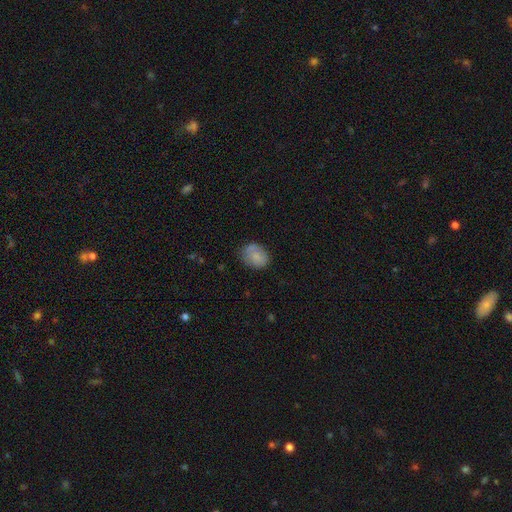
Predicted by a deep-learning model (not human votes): Smooth or featured?
  - smooth: 79% *
  - featured or disk: 13%
  - star or artifact: 8%
How rounded?
  - in between: 50% *
  - round: 49%
  - cigar-shaped: 1%
Merging?
  - none: 68% *
  - minor disturbance: 23%
  - major disturbance: 6%
  - merger: 3%